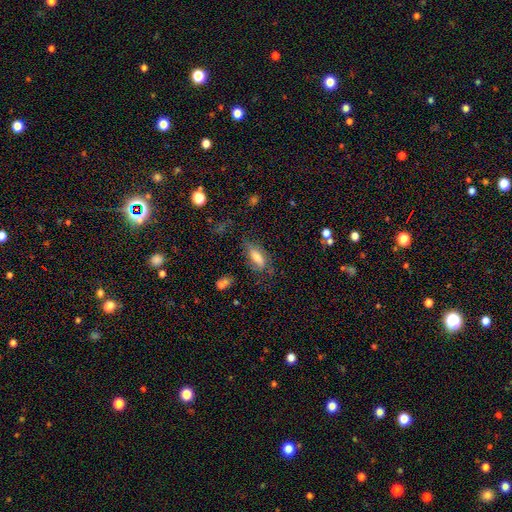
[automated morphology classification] Smooth or featured: smooth — 50% (featured or disk — 32%)
How rounded: in between — 65% (cigar-shaped — 30%)
Merging: none — 65% (minor disturbance — 22%)